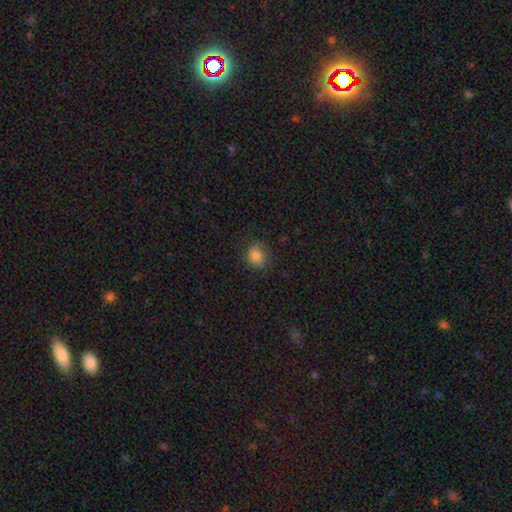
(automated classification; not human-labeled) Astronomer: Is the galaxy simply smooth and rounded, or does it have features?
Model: smooth — 83%.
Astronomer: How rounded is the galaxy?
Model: round — 70%.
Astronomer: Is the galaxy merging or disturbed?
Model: none — 76%.